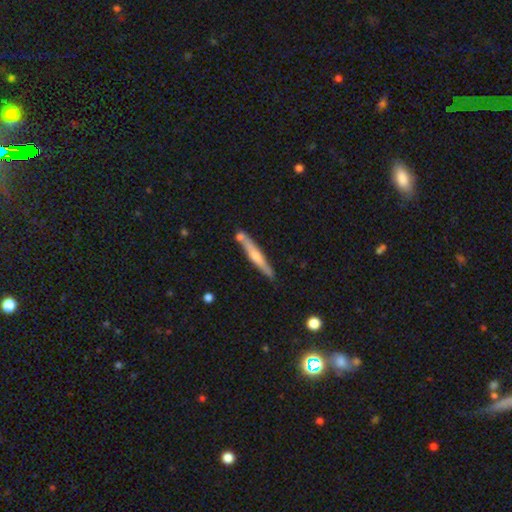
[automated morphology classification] Q: Smooth or featured?
A: featured or disk (51%); runner-up: smooth (44%)
Q: Edge-on disk?
A: yes (94%); runner-up: no (6%)
Q: Merging?
A: none (76%); runner-up: minor disturbance (12%)